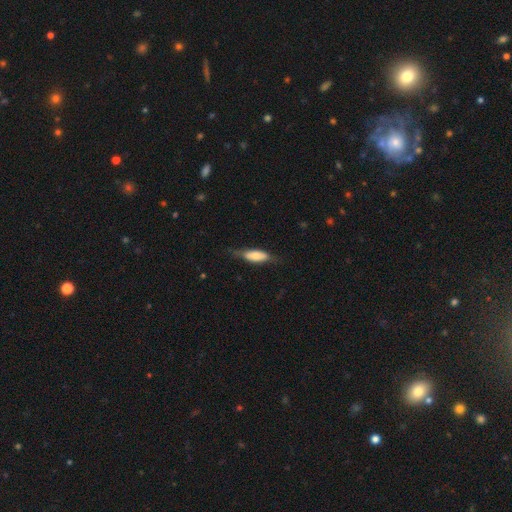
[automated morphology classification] smooth_or_featured: smooth (p=0.60) [alt: featured or disk p=0.33]
how_rounded: in between (p=0.67) [alt: cigar-shaped p=0.31]
merging: none (p=0.63) [alt: minor disturbance p=0.25]